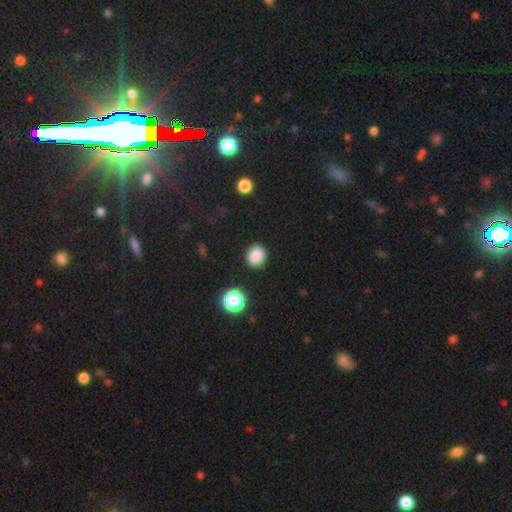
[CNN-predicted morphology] smooth-or-featured: smooth: 86% | star or artifact: 11% | featured or disk: 4%
  how-rounded: round: 71% | in between: 28% | cigar-shaped: 1%
  merging: none: 88% | minor disturbance: 8% | major disturbance: 2% | merger: 2%